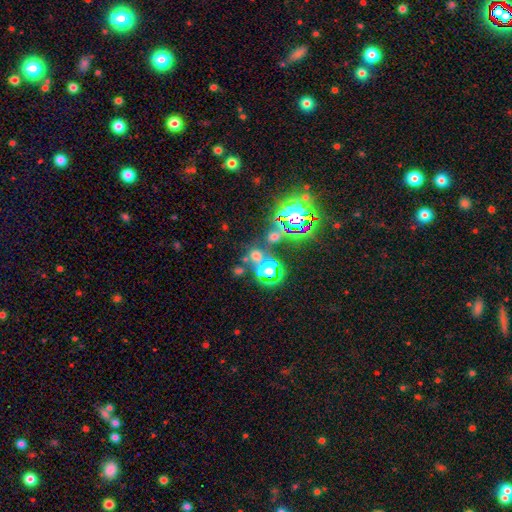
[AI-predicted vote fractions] This is possibly a smooth galaxy (47%). Merging: likely none (64%).